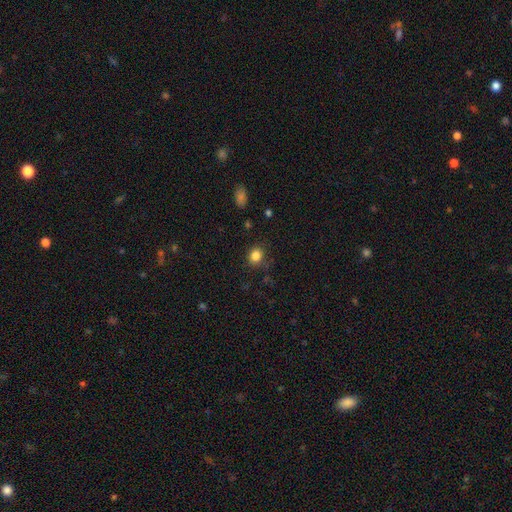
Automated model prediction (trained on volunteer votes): Q: Smooth or featured?
A: smooth (84%); runner-up: star or artifact (11%)
Q: How rounded?
A: round (69%); runner-up: in between (30%)
Q: Merging?
A: none (82%); runner-up: minor disturbance (13%)